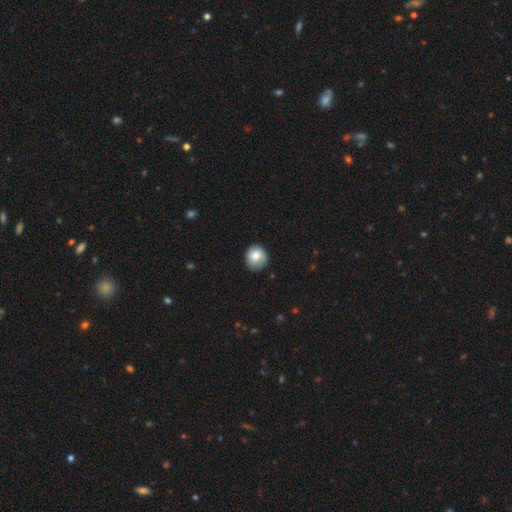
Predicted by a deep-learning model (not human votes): The model was most divided on "merging": none: 73%, minor disturbance: 21%, major disturbance: 5%, merger: 1%. More confident: how rounded — round (81%); smooth or featured — smooth (77%).